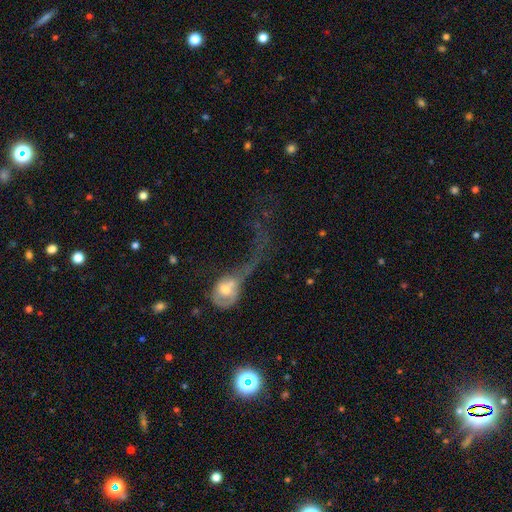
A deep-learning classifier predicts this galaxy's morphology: Smooth or featured? Predicted: featured or disk (p=0.39). Merging? Predicted: major disturbance (p=0.49).